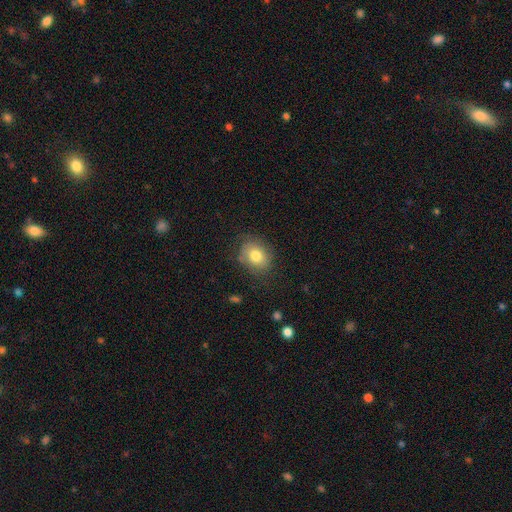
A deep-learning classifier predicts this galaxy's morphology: This appears to be a smooth galaxy with no disk features (77%) that is round (51%). Merging: none (73%).